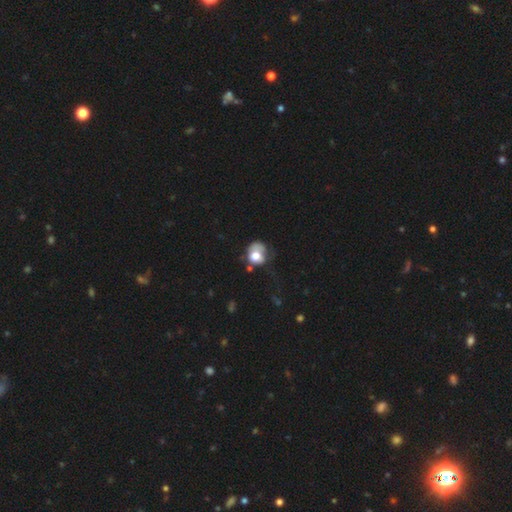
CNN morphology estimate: Smooth or featured: smooth — 65% (featured or disk — 26%)
How rounded: round — 63% (in between — 36%)
Merging: major disturbance — 36% (minor disturbance — 29%)